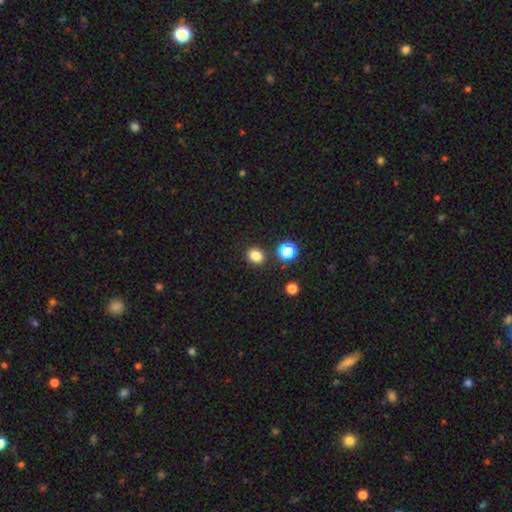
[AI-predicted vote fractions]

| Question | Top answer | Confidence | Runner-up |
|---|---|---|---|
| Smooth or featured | smooth | 82% | star or artifact (14%) |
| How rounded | round | 63% | in between (37%) |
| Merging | none | 85% | minor disturbance (8%) |